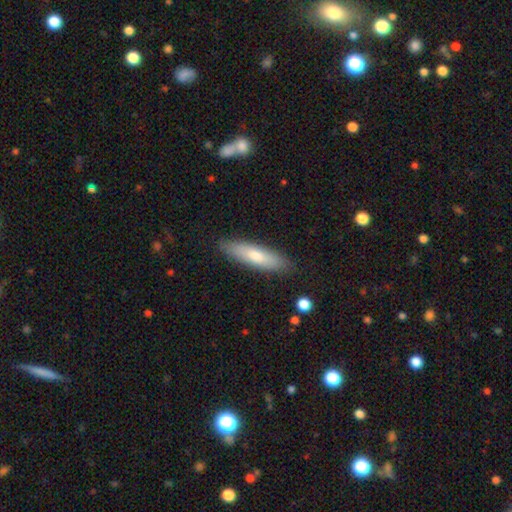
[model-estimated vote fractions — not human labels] smooth-or-featured: smooth: 70% | featured or disk: 24% | star or artifact: 6%
  how-rounded: cigar-shaped: 66% | in between: 32% | round: 2%
  merging: none: 87% | minor disturbance: 10% | major disturbance: 2% | merger: 1%